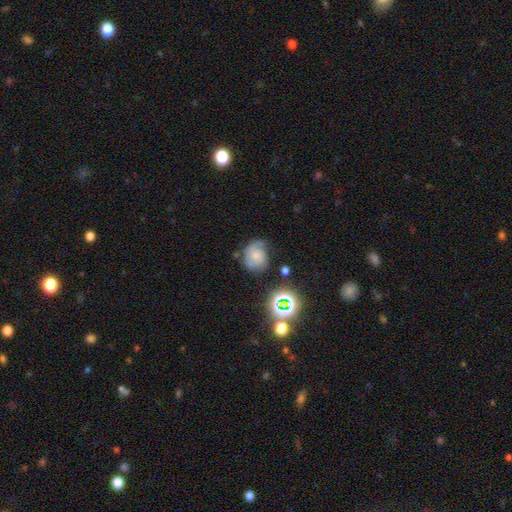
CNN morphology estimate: A featured or disk galaxy (45%). Merging: none (51%).